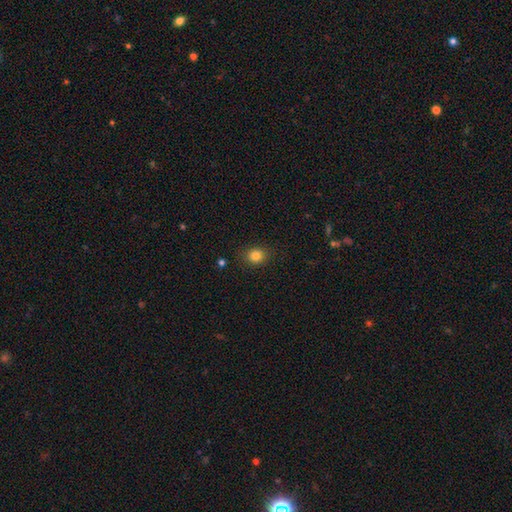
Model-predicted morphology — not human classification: smooth 83%, star or artifact 12%, featured or disk 5%. Down the decision tree: how rounded — round (68%); merging — none (86%).